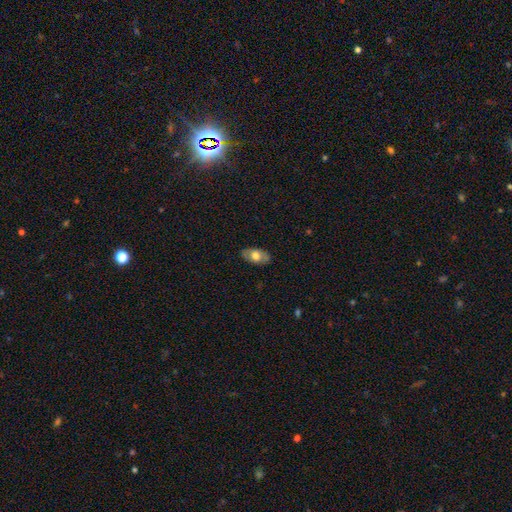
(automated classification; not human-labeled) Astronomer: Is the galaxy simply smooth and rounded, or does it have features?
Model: smooth — 61%.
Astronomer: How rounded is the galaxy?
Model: in between — 91%.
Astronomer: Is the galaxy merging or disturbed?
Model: none — 84%.